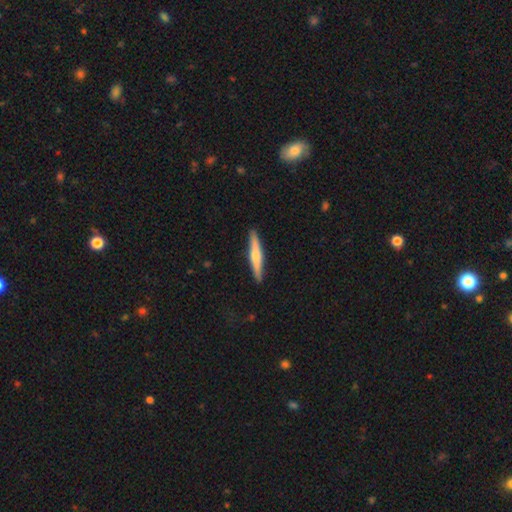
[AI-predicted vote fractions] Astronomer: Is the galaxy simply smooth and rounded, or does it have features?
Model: smooth — 50% (runner-up: featured or disk, 45%).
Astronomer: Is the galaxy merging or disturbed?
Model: none — 90%.